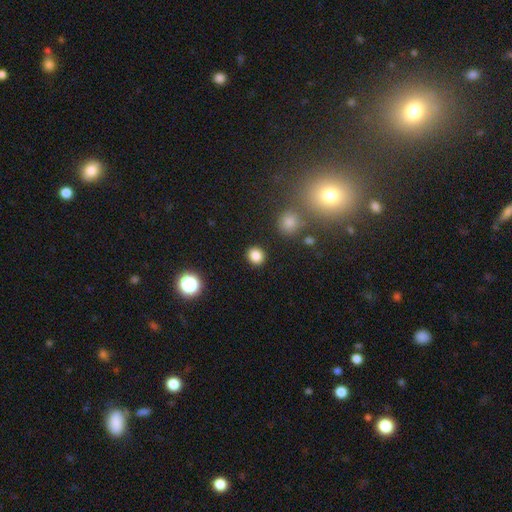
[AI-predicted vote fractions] smooth 84%, star or artifact 11%, featured or disk 4%. Down the decision tree: how rounded — round (81%); merging — none (90%).